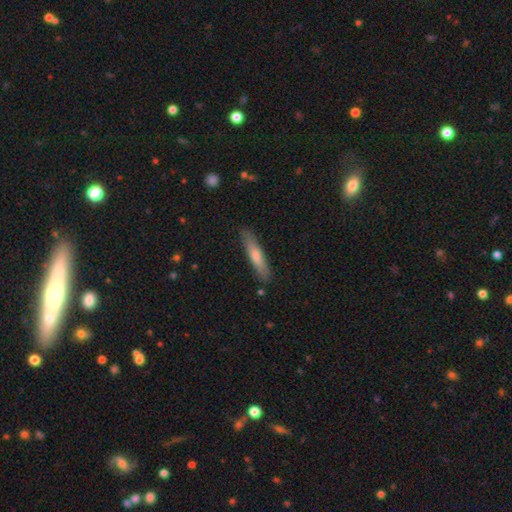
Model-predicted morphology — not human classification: Smooth or featured? smooth (61%)
How rounded? cigar-shaped (89%)
Merging? none (88%)